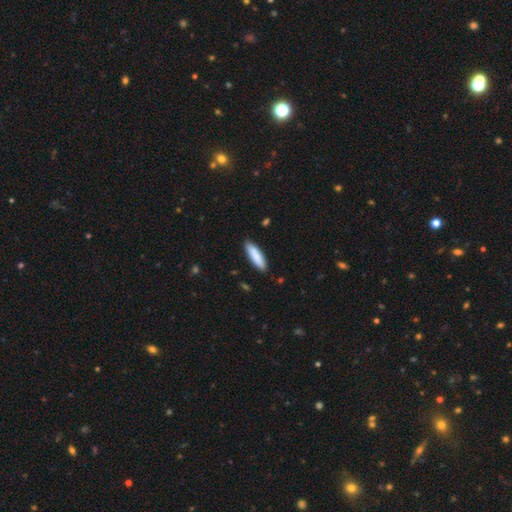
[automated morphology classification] smooth-or-featured: smooth: 87% | featured or disk: 8% | star or artifact: 5%
  how-rounded: cigar-shaped: 63% | in between: 36% | round: 1%
  merging: none: 88% | minor disturbance: 9% | major disturbance: 2% | merger: 1%